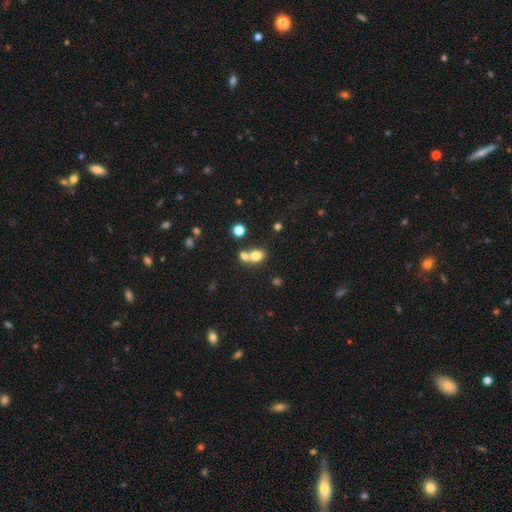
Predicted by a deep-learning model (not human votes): Overall: smooth (75%). How rounded: round (54%; in between 45%). Merging: merger (53%; none 35%).